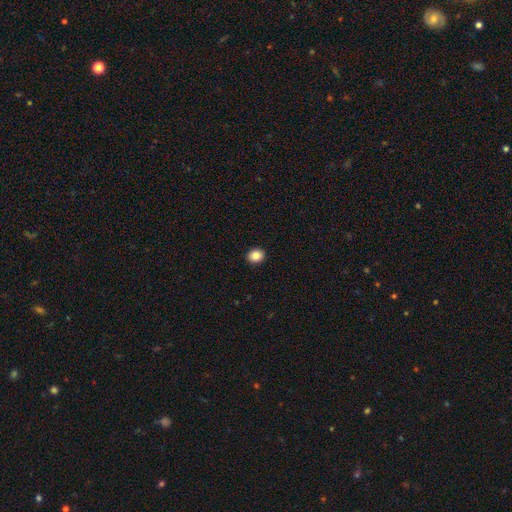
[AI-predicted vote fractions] Morphology: type=smooth (86%); roundness=round (72%); merging=none (93%).